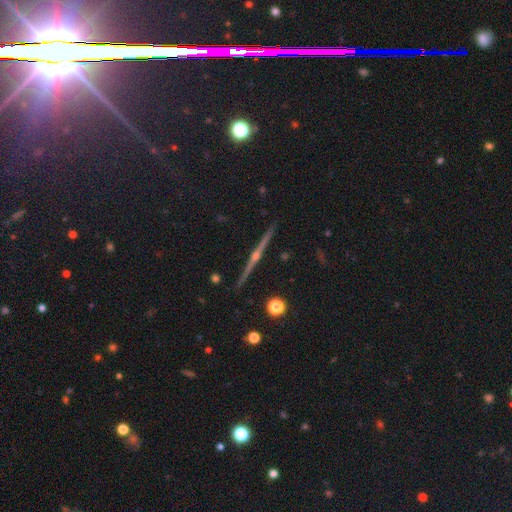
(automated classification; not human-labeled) Q: Smooth or featured?
A: featured or disk (86%); runner-up: star or artifact (8%)
Q: Edge-on disk?
A: yes (99%); runner-up: no (1%)
Q: Edge-on bulge?
A: rounded (91%); runner-up: none (5%)
Q: Merging?
A: none (94%); runner-up: minor disturbance (4%)